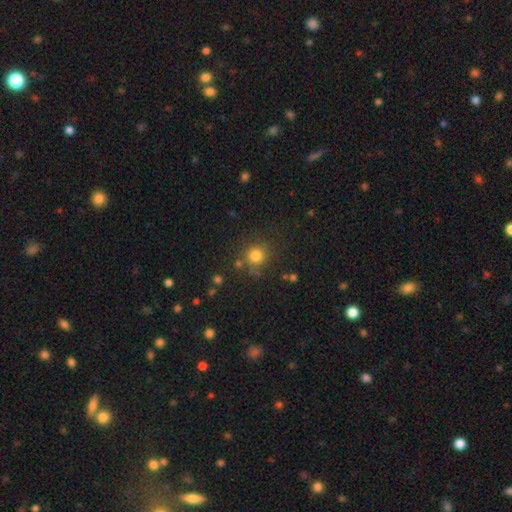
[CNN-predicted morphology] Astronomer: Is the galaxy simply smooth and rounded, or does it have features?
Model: smooth — 79%.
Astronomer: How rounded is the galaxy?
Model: round — 91%.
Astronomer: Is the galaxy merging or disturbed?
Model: none — 78%.